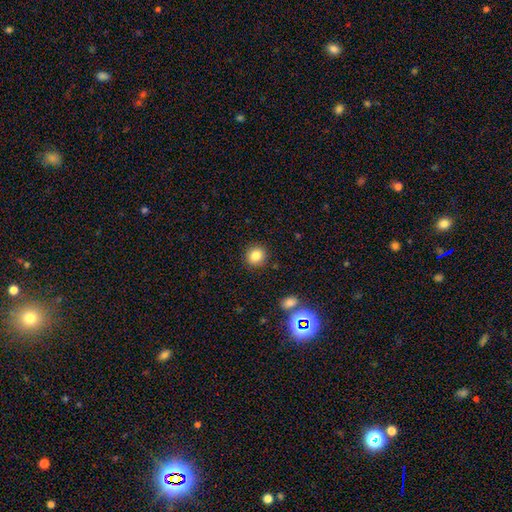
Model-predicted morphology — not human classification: smooth_or_featured: smooth (p=0.82) [alt: star or artifact p=0.12]
how_rounded: round (p=0.88) [alt: in between p=0.11]
merging: none (p=0.90) [alt: minor disturbance p=0.06]